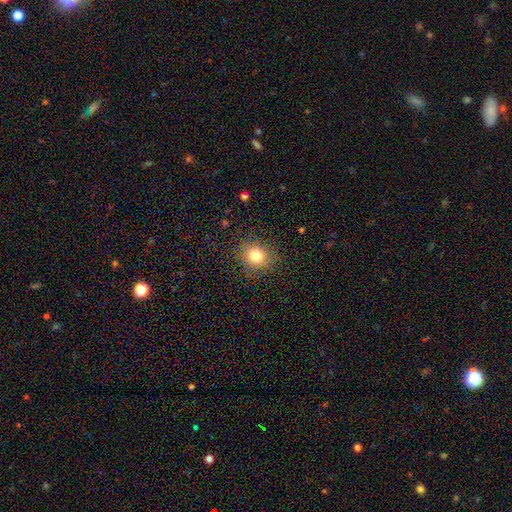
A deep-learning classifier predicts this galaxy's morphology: smooth 79%, star or artifact 13%, featured or disk 8%. Down the decision tree: how rounded — round (74%); merging — none (86%).